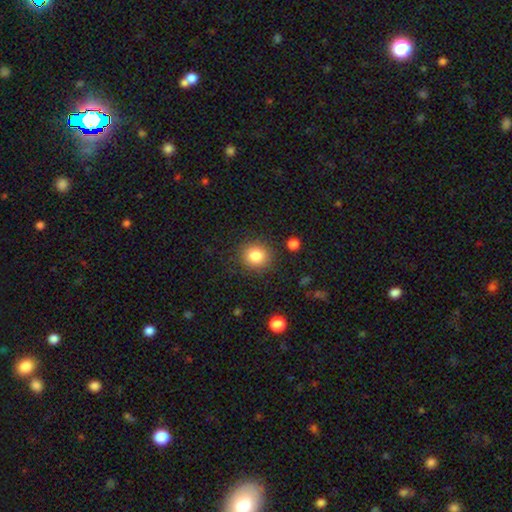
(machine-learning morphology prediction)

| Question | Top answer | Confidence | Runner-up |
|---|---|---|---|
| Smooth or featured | smooth | 83% | star or artifact (10%) |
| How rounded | round | 88% | in between (11%) |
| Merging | none | 87% | minor disturbance (8%) |